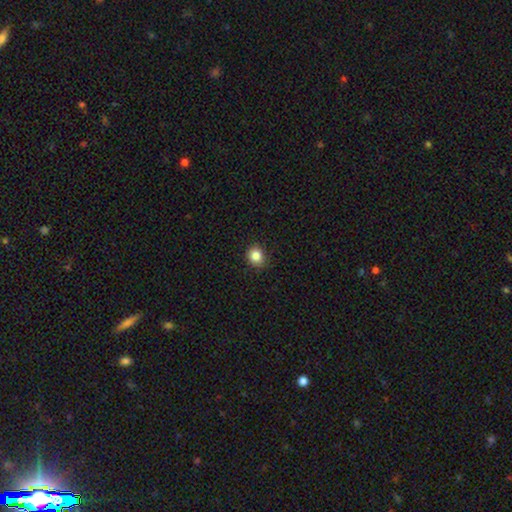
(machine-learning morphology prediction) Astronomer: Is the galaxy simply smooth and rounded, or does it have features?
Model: smooth — 85%.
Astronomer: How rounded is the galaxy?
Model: round — 77%.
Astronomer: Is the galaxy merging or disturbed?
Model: none — 88%.